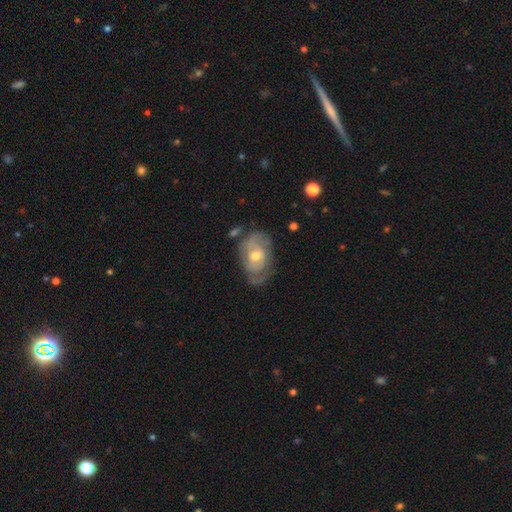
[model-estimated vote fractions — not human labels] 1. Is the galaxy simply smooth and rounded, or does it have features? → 73% featured or disk, 21% smooth, 6% star or artifact.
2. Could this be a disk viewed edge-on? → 95% no, 5% yes.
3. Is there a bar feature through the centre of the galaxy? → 66% no, 29% weak, 5% strong.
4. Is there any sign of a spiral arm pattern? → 79% yes, 21% no.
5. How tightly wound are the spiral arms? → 55% tight, 33% medium, 12% loose.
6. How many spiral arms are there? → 43% 2, 38% can't tell, 7% 3, 7% 1, 2% 4, 2% more than 4.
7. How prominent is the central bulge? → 62% moderate, 32% small, 3% large, 1% none, 1% dominant.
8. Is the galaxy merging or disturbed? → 58% none, 26% minor disturbance, 12% major disturbance, 4% merger.